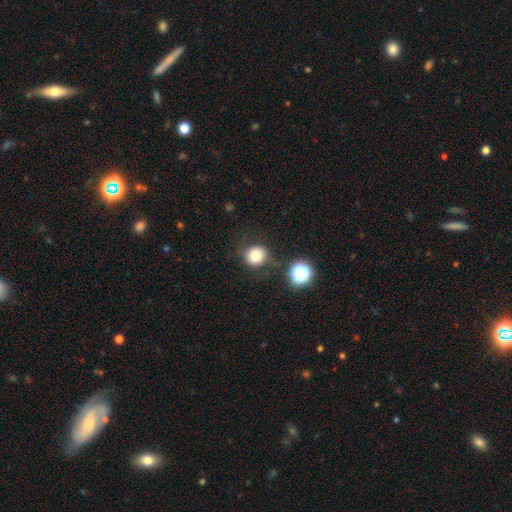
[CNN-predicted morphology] Q: Smooth or featured?
A: smooth (77%); runner-up: star or artifact (14%)
Q: How rounded?
A: round (88%); runner-up: in between (12%)
Q: Merging?
A: none (76%); runner-up: minor disturbance (14%)